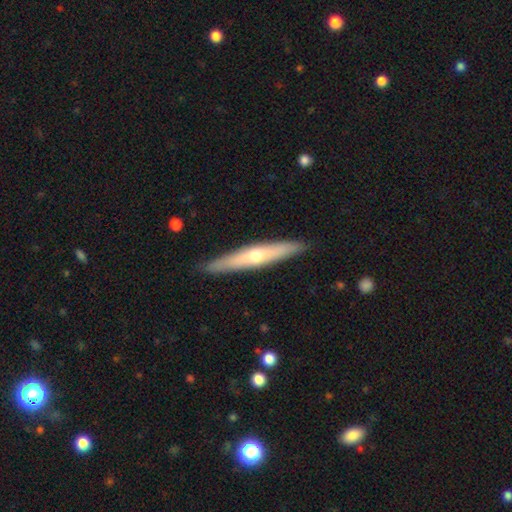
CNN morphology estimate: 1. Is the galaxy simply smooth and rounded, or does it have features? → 59% featured or disk, 35% smooth, 6% star or artifact.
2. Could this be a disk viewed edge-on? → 92% yes, 8% no.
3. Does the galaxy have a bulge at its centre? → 84% rounded, 14% none, 2% boxy.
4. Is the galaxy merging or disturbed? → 90% none, 7% minor disturbance, 1% major disturbance, 1% merger.